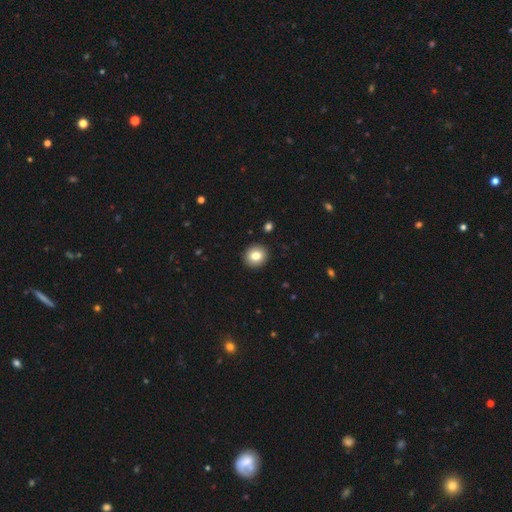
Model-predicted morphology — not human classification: This is clearly a smooth galaxy (81%). How rounded: clearly round (88%). Merging: clearly none (93%).